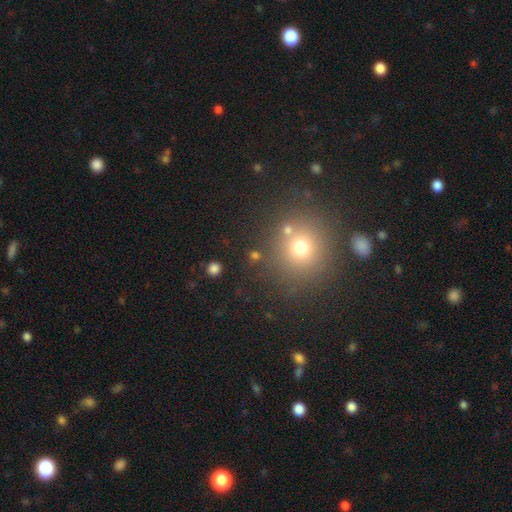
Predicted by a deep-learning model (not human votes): Q: Smooth or featured?
A: smooth (61%); runner-up: star or artifact (29%)
Q: How rounded?
A: round (90%); runner-up: in between (9%)
Q: Merging?
A: none (80%); runner-up: merger (8%)